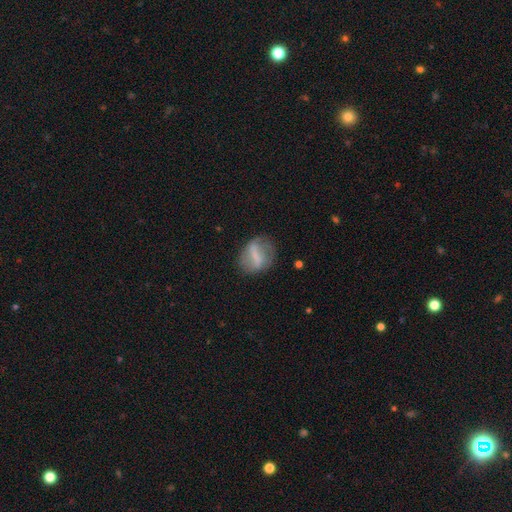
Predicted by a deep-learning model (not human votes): Overall: featured or disk (49%; smooth 42%). Merging: none (70%).